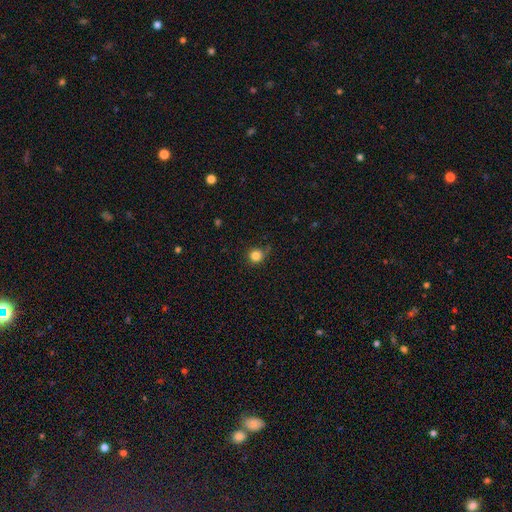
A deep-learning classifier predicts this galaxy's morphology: Q: Smooth or featured?
A: smooth (83%); runner-up: star or artifact (12%)
Q: How rounded?
A: round (91%); runner-up: in between (8%)
Q: Merging?
A: none (77%); runner-up: minor disturbance (16%)